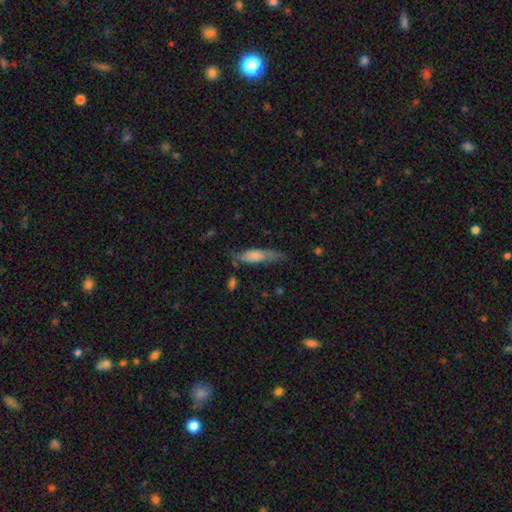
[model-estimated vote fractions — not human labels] smooth 65%, featured or disk 28%, star or artifact 7%. Down the decision tree: how rounded — cigar-shaped (61%); merging — none (58%).